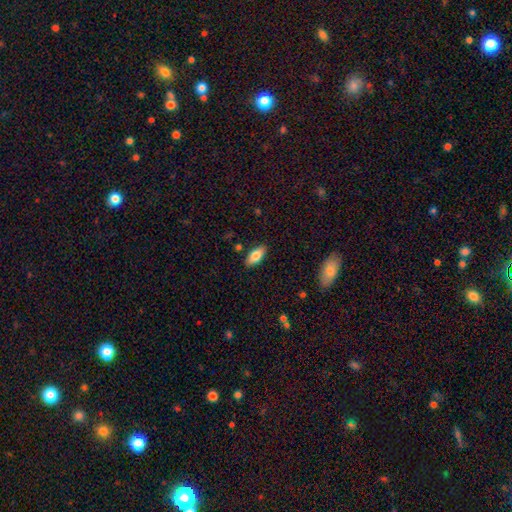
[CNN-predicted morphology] This is likely a smooth galaxy (78%). How rounded: clearly in between (86%). Merging: clearly none (87%).